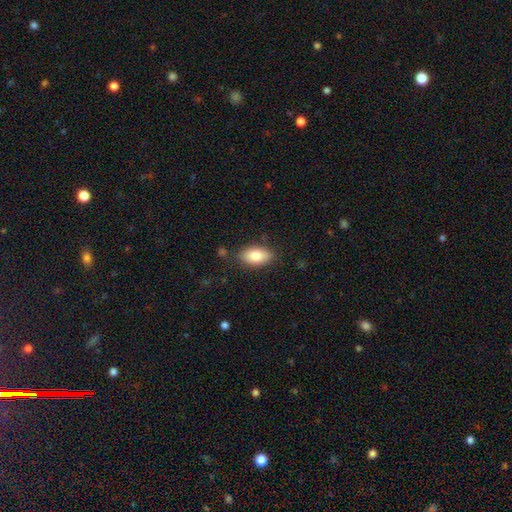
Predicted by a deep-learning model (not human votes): This appears to be a smooth galaxy with no disk features (83%) that is in between round and cigar-shaped (92%). Merging: none (83%).